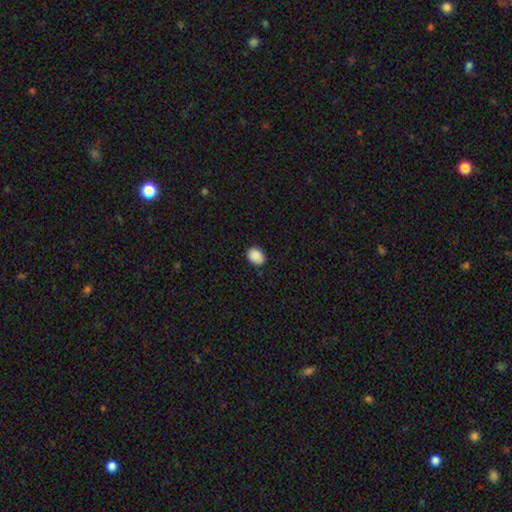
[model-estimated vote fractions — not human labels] Morphology: type=smooth (90%); roundness=in between (64%); merging=none (85%).